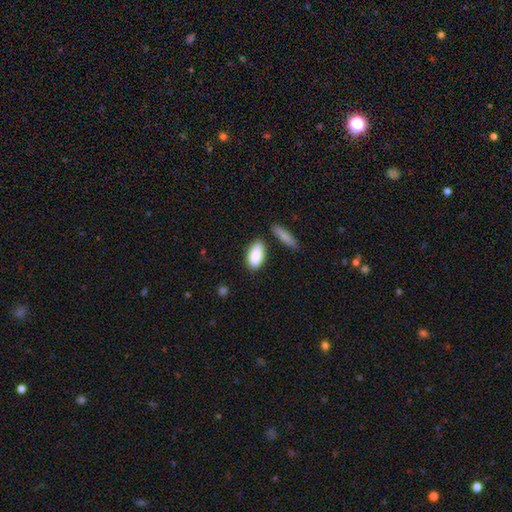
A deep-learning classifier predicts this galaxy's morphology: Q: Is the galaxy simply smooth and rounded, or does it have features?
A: smooth — 87%.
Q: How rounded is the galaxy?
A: in between — 88%.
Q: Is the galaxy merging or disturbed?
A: none — 70%.